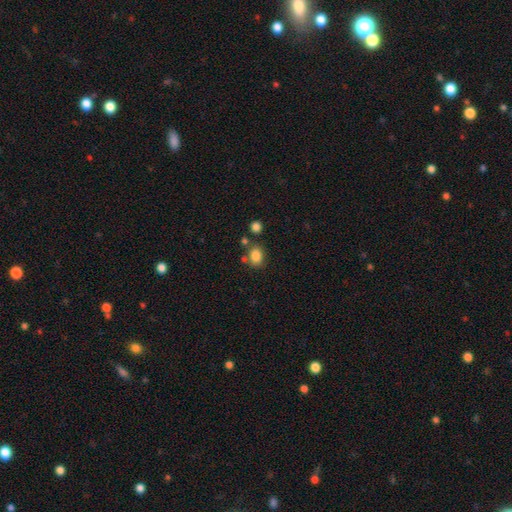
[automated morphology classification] type=smooth (84%); roundness=in between (64%); merging=none (69%).